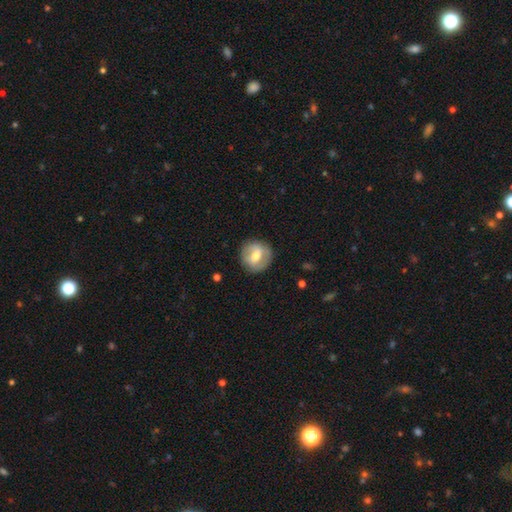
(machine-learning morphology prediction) type=smooth (50%); merging=none (84%).